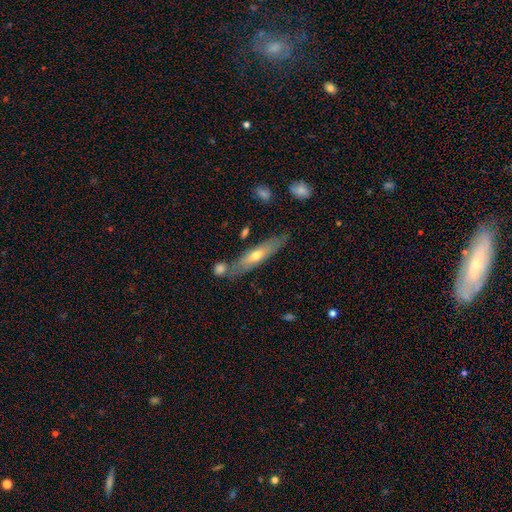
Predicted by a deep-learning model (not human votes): smooth_or_featured: featured or disk (p=0.53) [alt: smooth p=0.41]
disk_edge_on: yes (p=0.72) [alt: no p=0.28]
merging: none (p=0.72) [alt: minor disturbance p=0.14]